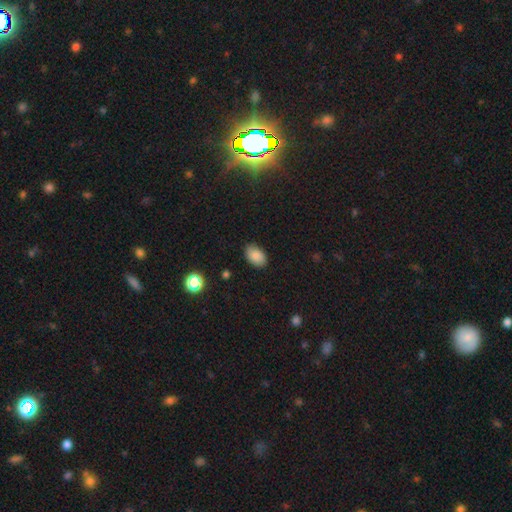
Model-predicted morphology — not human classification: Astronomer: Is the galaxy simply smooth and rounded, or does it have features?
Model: smooth — 86%.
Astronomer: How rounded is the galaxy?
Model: in between — 89%.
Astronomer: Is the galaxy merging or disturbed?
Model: none — 84%.